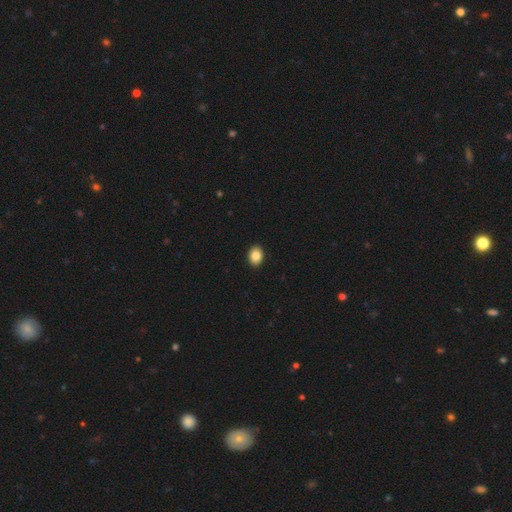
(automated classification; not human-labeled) Q: Smooth or featured?
A: smooth (85%); runner-up: star or artifact (9%)
Q: How rounded?
A: in between (67%); runner-up: round (32%)
Q: Merging?
A: none (92%); runner-up: minor disturbance (5%)